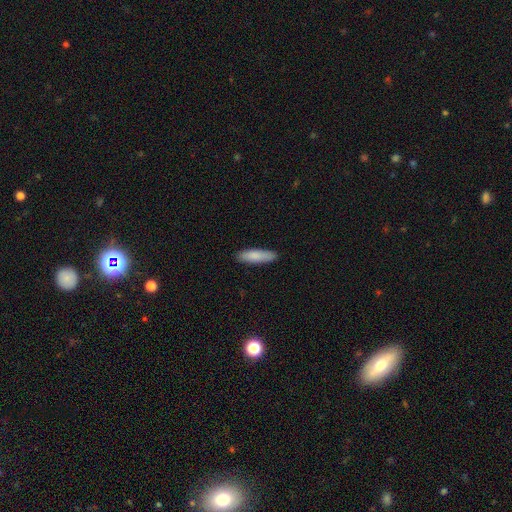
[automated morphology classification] type=smooth (85%); roundness=cigar-shaped (62%); merging=none (88%).